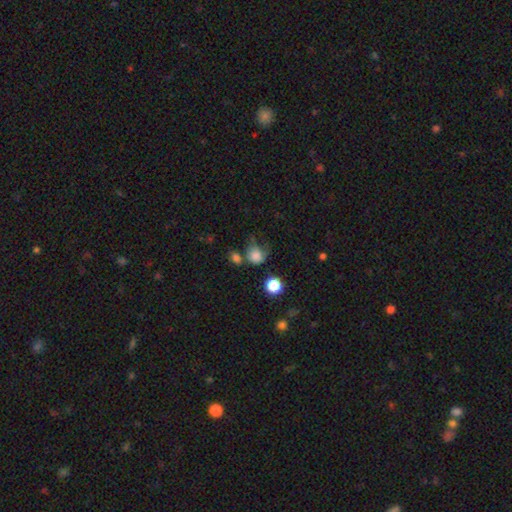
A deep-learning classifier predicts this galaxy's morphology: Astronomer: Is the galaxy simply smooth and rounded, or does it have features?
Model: smooth — 75%.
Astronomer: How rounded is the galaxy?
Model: round — 72%.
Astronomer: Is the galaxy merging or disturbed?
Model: none — 36% (runner-up: minor disturbance, 25%).